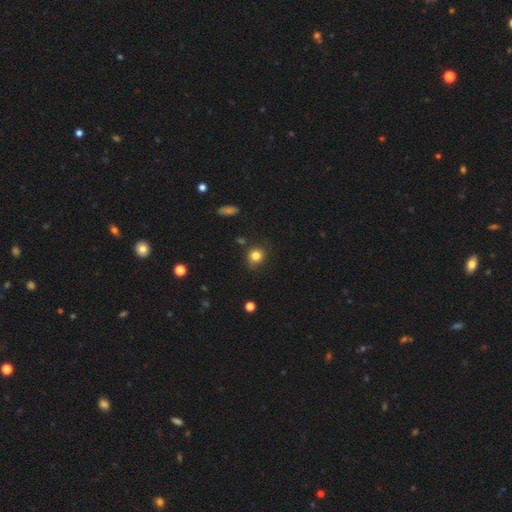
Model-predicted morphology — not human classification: A smooth galaxy with no disk features (82%) that is round (83%). Merging: none (76%).